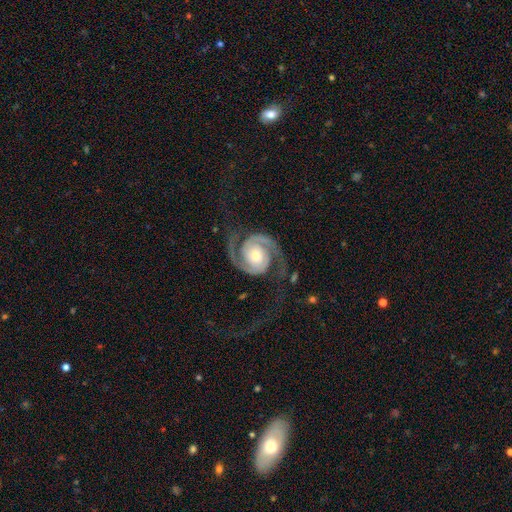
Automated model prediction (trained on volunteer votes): Morphology: type=featured or disk (92%); edge-on=no (98%); bar=no (71%); spiral arms=yes (99%); winding=medium (50%); arm count=2 (94%); bulge=moderate (49%); merging=none (75%).